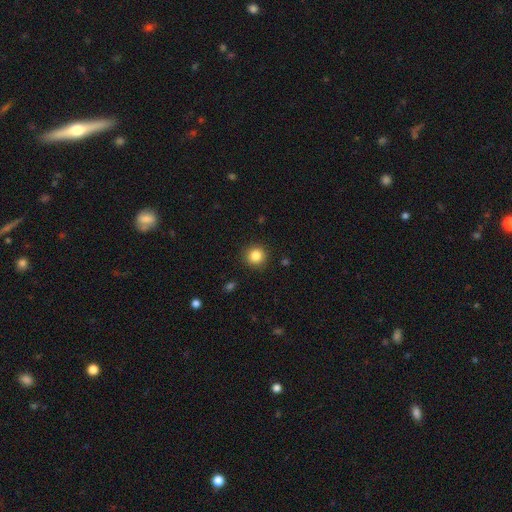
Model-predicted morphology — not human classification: A smooth galaxy with no disk features (85%) that is round (93%).

Vote fractions:
- Smooth or featured? smooth: 85% / star or artifact: 10% / featured or disk: 5%
- How rounded? round: 93% / in between: 6% / cigar-shaped: 1%
- Merging? none: 91% / minor disturbance: 6% / major disturbance: 2% / merger: 1%